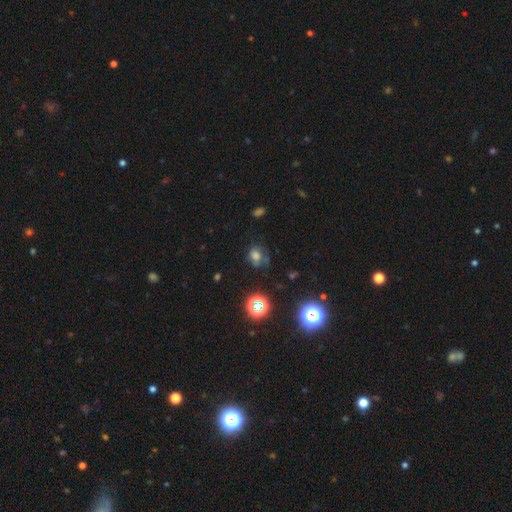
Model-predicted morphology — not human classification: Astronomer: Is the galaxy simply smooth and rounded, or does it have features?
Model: smooth — 59%.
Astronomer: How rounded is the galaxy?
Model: round — 59% (runner-up: in between, 40%).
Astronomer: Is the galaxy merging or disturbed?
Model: none — 53%.